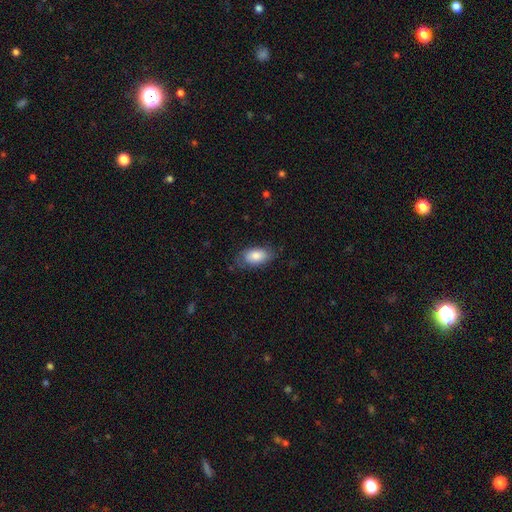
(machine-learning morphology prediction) A smooth galaxy with no disk features (77%) that is in between round and cigar-shaped (93%).

Vote fractions:
- Smooth or featured? smooth: 77% / featured or disk: 16% / star or artifact: 6%
- How rounded? in between: 93% / round: 5% / cigar-shaped: 2%
- Merging? none: 69% / minor disturbance: 23% / major disturbance: 7% / merger: 1%